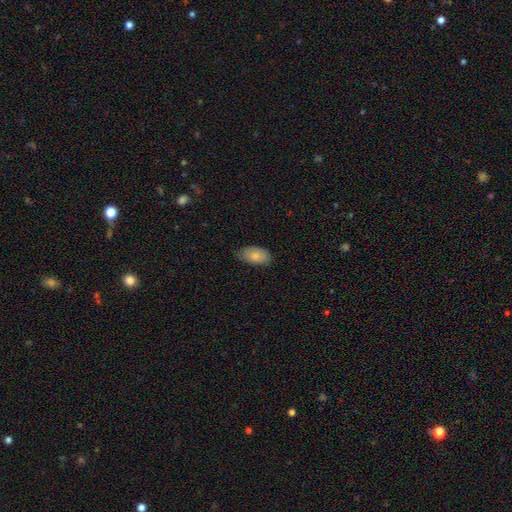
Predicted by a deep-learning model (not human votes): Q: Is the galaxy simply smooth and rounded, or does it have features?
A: smooth — 81%.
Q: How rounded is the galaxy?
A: in between — 93%.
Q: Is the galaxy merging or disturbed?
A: none — 70%.